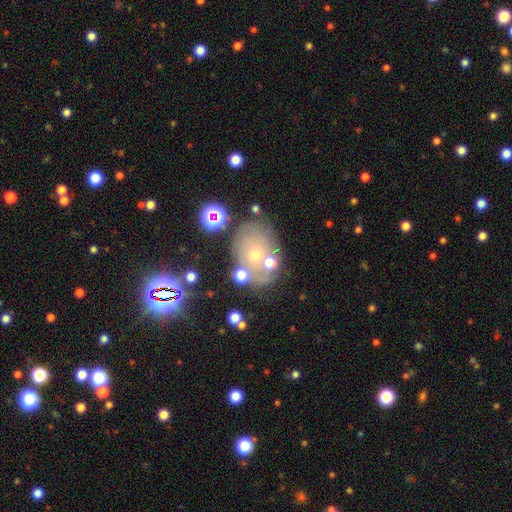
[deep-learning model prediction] Q: Smooth or featured?
A: featured or disk (40%); runner-up: smooth (38%)
Q: Merging?
A: none (62%); runner-up: minor disturbance (16%)